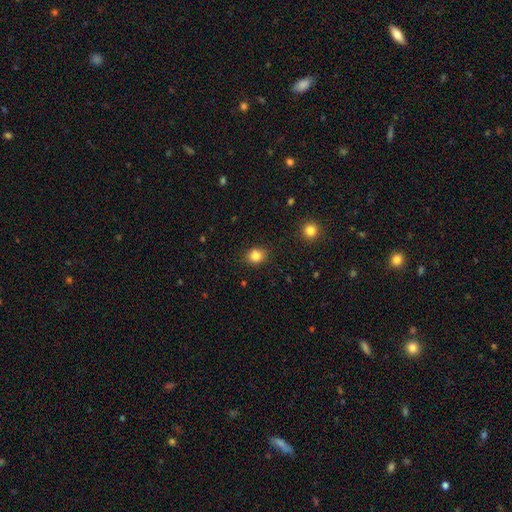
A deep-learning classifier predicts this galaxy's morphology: smooth_or_featured: smooth (p=0.84) [alt: star or artifact p=0.11]
how_rounded: round (p=0.68) [alt: in between p=0.31]
merging: none (p=0.86) [alt: minor disturbance p=0.10]